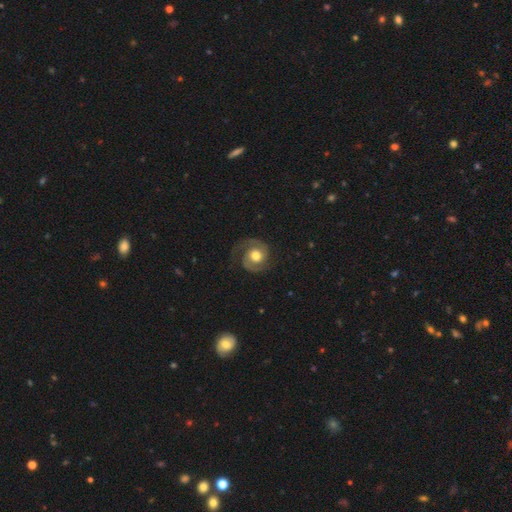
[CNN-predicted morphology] smooth-or-featured: featured or disk: 85% | smooth: 10% | star or artifact: 5%
  disk-edge-on: no: 98% | yes: 2%
    bar: no: 69% | weak: 26% | strong: 6%
    has-spiral-arms: yes: 97% | no: 3%
      spiral-winding: medium: 48% | tight: 38% | loose: 14%
      spiral-arm-count: 2: 87% | 1: 7% | can't tell: 3% | 3: 1% | 4: 1% | more than 4: 1%
    bulge-size: moderate: 67% | large: 25% | small: 6% | dominant: 2% | none: 1%
  merging: none: 75% | minor disturbance: 15% | major disturbance: 9% | merger: 1%